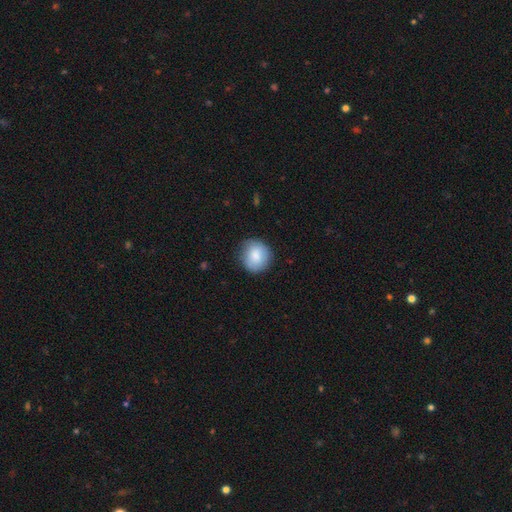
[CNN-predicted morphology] This is clearly a smooth galaxy (85%). How rounded: clearly round (88%). Merging: clearly none (81%).